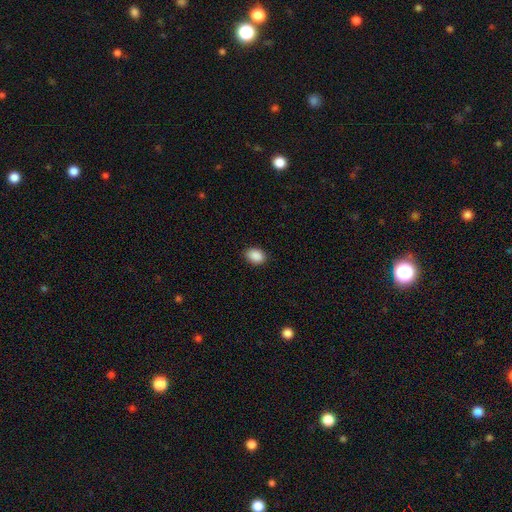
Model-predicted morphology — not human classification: type=smooth (90%); roundness=in between (75%); merging=none (87%).